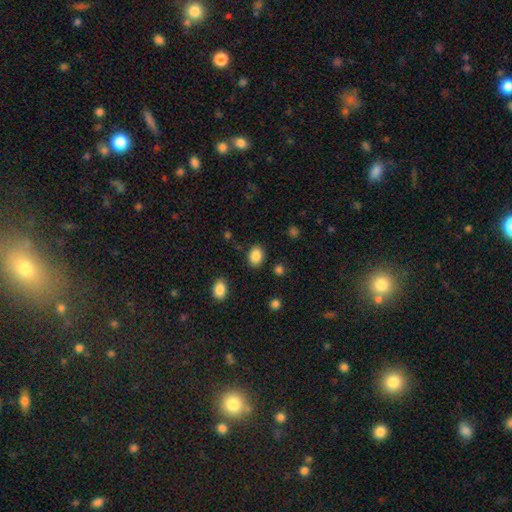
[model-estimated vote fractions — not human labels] smooth-or-featured: smooth: 86% | star or artifact: 9% | featured or disk: 5%
  how-rounded: in between: 63% | round: 36% | cigar-shaped: 1%
  merging: none: 86% | minor disturbance: 9% | major disturbance: 3% | merger: 2%